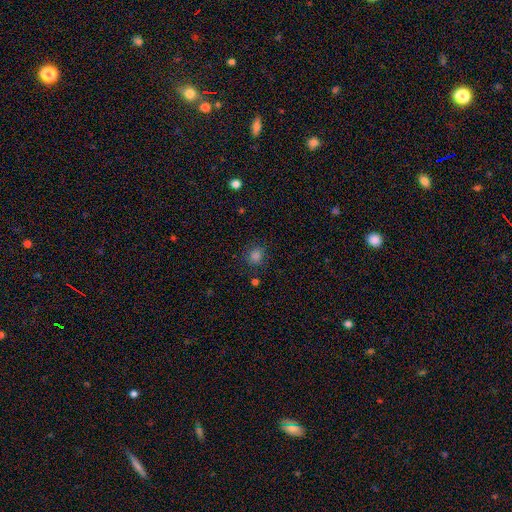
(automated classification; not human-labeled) A smooth galaxy with no disk features (80%) that is round (82%).

Vote fractions:
- Smooth or featured? smooth: 80% / star or artifact: 16% / featured or disk: 4%
- How rounded? round: 82% / in between: 17% / cigar-shaped: 1%
- Merging? none: 84% / minor disturbance: 11% / major disturbance: 3% / merger: 2%